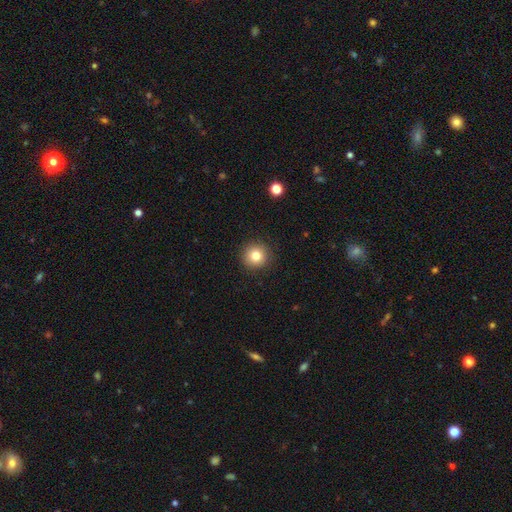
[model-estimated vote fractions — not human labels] smooth-or-featured: smooth: 81% | star or artifact: 11% | featured or disk: 8%
  how-rounded: round: 95% | in between: 4% | cigar-shaped: 1%
  merging: none: 92% | minor disturbance: 5% | major disturbance: 2% | merger: 1%